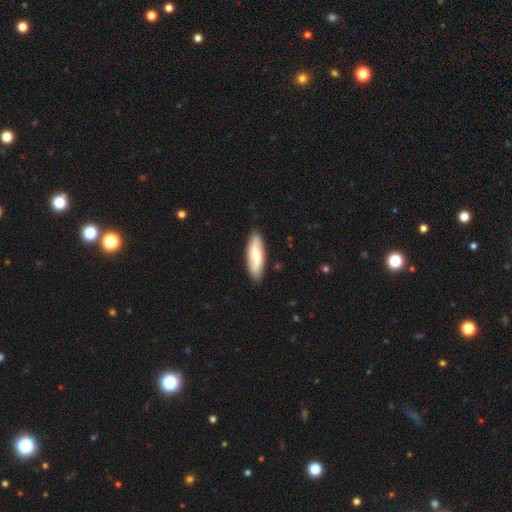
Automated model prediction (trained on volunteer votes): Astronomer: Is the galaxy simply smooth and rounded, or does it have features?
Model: featured or disk — 50% (runner-up: smooth, 45%).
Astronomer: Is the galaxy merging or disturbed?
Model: none — 87%.